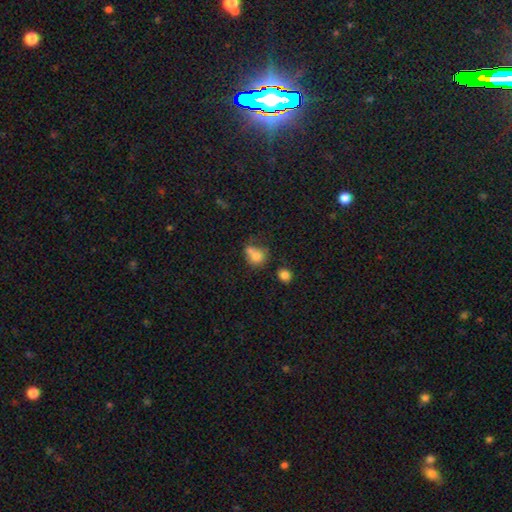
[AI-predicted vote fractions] smooth-or-featured: smooth: 74% | featured or disk: 14% | star or artifact: 11%
  how-rounded: round: 73% | in between: 26% | cigar-shaped: 1%
  merging: merger: 40% | none: 38% | minor disturbance: 14% | major disturbance: 7%